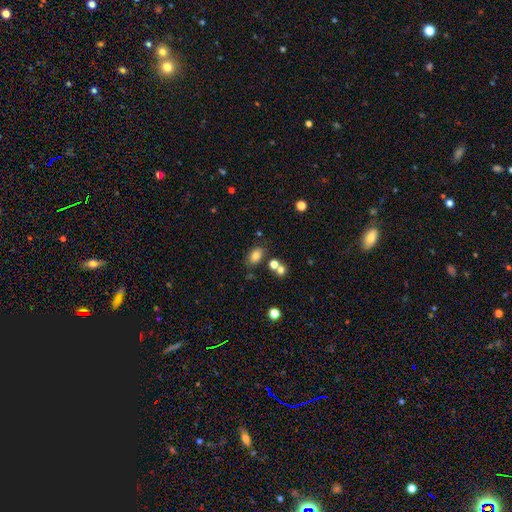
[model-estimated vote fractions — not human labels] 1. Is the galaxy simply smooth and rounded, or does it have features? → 79% smooth, 12% star or artifact, 9% featured or disk.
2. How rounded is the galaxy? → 83% in between, 15% round, 2% cigar-shaped.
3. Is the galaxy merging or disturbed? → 72% none, 13% minor disturbance, 11% merger, 4% major disturbance.